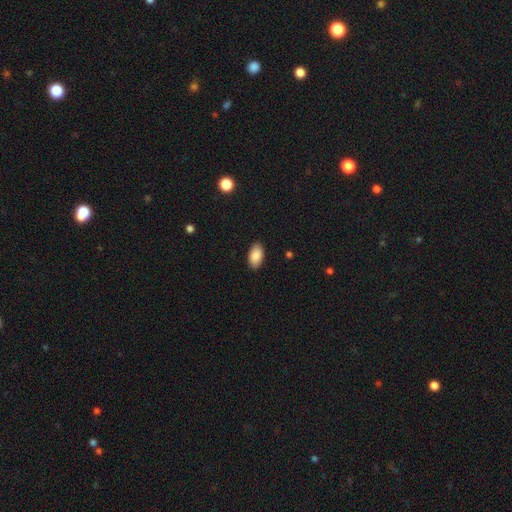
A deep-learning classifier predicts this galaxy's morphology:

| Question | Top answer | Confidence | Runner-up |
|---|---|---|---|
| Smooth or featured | smooth | 88% | star or artifact (7%) |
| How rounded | in between | 94% | round (4%) |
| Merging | none | 88% | minor disturbance (9%) |